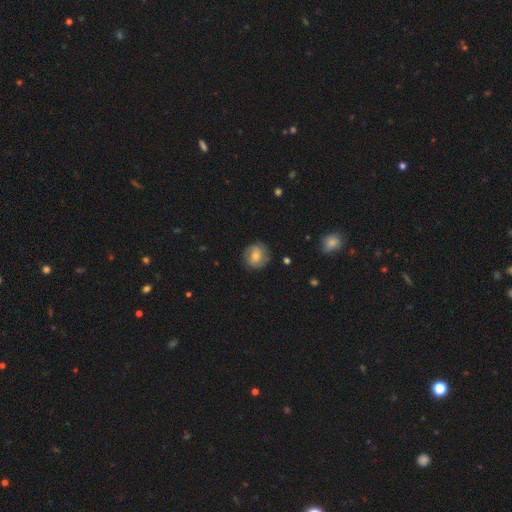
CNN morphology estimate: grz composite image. It shows a smooth galaxy with no disk features (47%). Merging: none (81%).